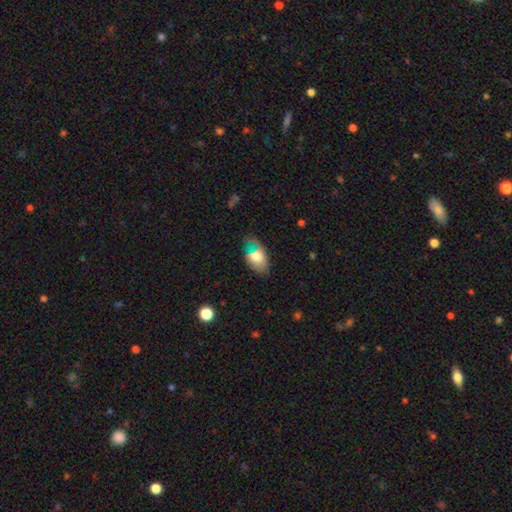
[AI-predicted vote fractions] smooth 66%, featured or disk 26%, star or artifact 8%. Down the decision tree: how rounded — in between (92%); merging — none (52%).